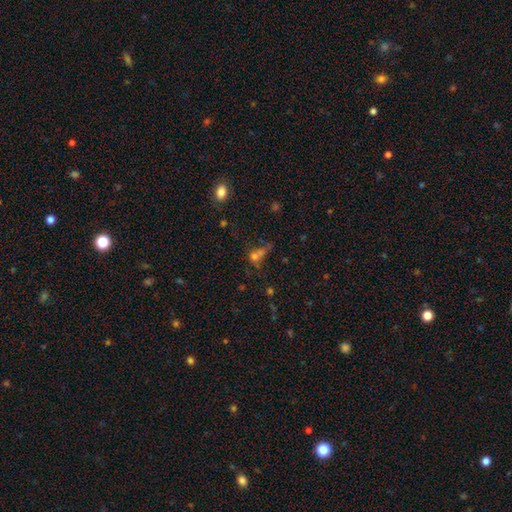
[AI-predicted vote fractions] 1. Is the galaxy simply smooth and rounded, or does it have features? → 58% smooth, 25% star or artifact, 17% featured or disk.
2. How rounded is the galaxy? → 46% in between, 43% round, 11% cigar-shaped.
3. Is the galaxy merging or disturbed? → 37% merger, 30% none, 19% major disturbance, 14% minor disturbance.